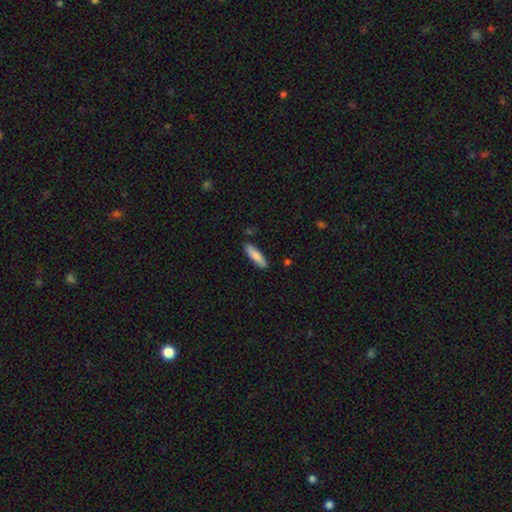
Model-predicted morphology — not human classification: A smooth galaxy with no disk features (83%) that is cigar-shaped (68%).

Vote fractions:
- Smooth or featured? smooth: 83% / featured or disk: 11% / star or artifact: 6%
- How rounded? cigar-shaped: 68% / in between: 31% / round: 1%
- Merging? none: 85% / minor disturbance: 11% / merger: 2% / major disturbance: 2%